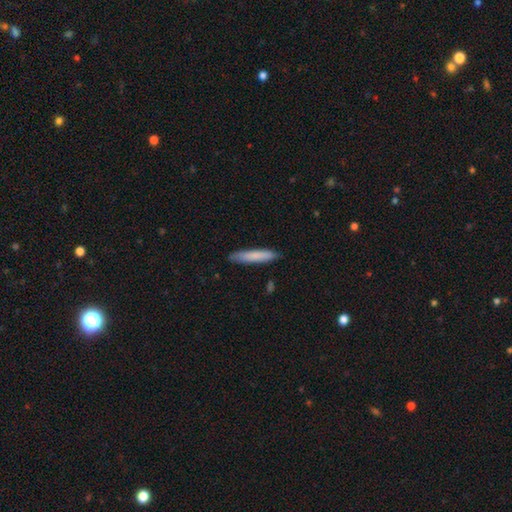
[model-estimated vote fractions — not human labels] Smooth or featured?
  - smooth: 79% *
  - featured or disk: 15%
  - star or artifact: 5%
How rounded?
  - cigar-shaped: 90% *
  - in between: 9%
  - round: 1%
Merging?
  - none: 86% *
  - minor disturbance: 11%
  - major disturbance: 2%
  - merger: 1%